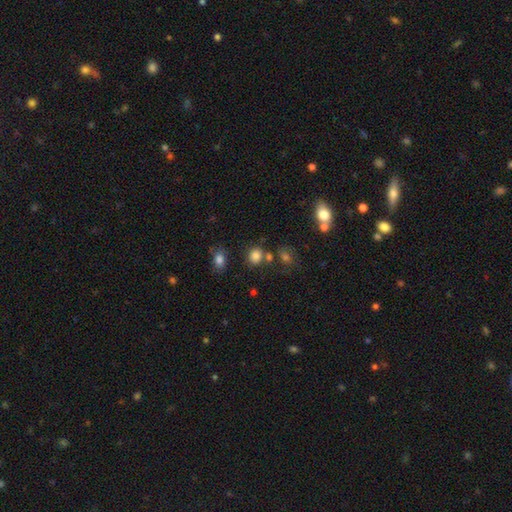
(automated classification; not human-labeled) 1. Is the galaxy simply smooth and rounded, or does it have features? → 81% smooth, 13% star or artifact, 6% featured or disk.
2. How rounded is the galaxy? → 67% round, 32% in between, 1% cigar-shaped.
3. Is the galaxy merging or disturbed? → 70% none, 13% merger, 12% minor disturbance, 4% major disturbance.